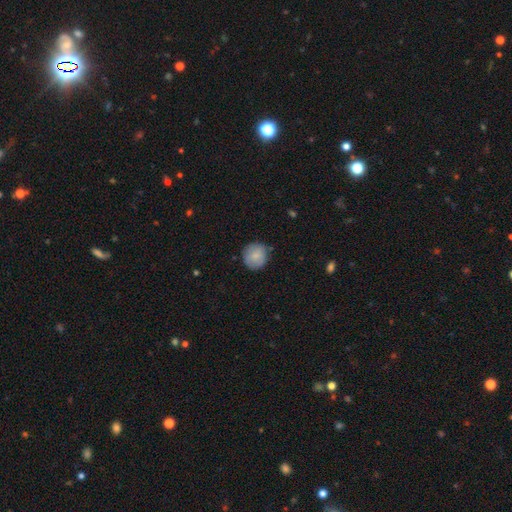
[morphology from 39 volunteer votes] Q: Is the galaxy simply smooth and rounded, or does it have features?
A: smooth — 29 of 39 (74%).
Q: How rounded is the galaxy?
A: round — 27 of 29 (93%).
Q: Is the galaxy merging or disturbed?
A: none — 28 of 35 (80%).